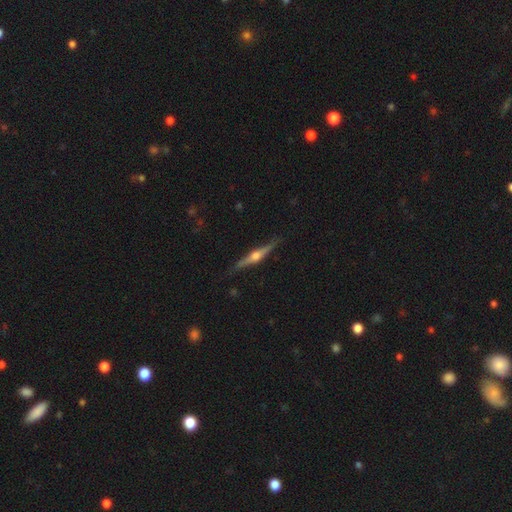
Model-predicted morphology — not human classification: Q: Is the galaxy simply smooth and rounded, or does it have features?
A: featured or disk — 77%.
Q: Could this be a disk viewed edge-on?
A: yes — 98%.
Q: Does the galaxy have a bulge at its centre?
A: rounded — 93%.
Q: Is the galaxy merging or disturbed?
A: none — 87%.